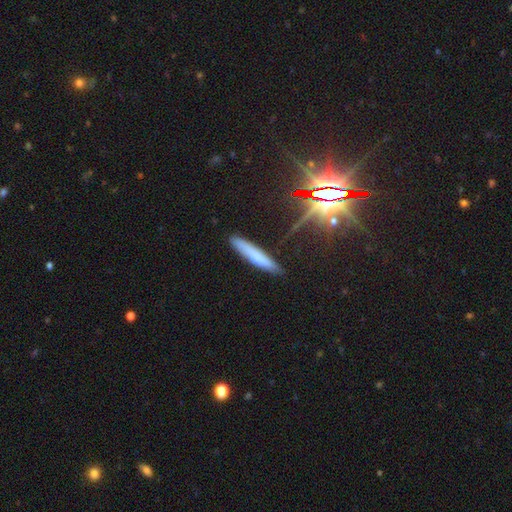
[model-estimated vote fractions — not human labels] Morphology: type=smooth (66%); roundness=cigar-shaped (91%); merging=none (85%).